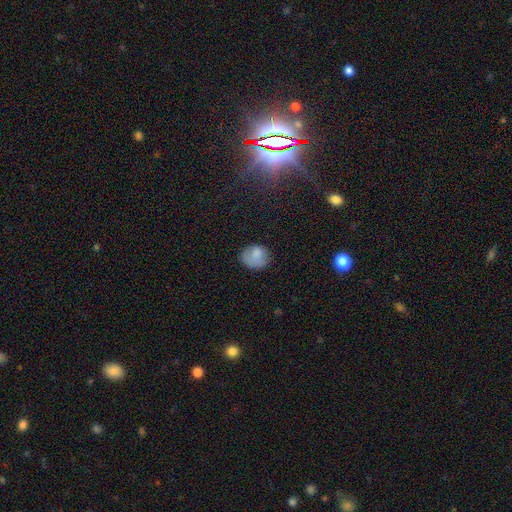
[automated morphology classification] A smooth galaxy with no disk features (81%) that is round (60%).

Vote fractions:
- Smooth or featured? smooth: 81% / featured or disk: 10% / star or artifact: 9%
- How rounded? round: 60% / in between: 39% / cigar-shaped: 1%
- Merging? none: 63% / minor disturbance: 26% / major disturbance: 9% / merger: 2%